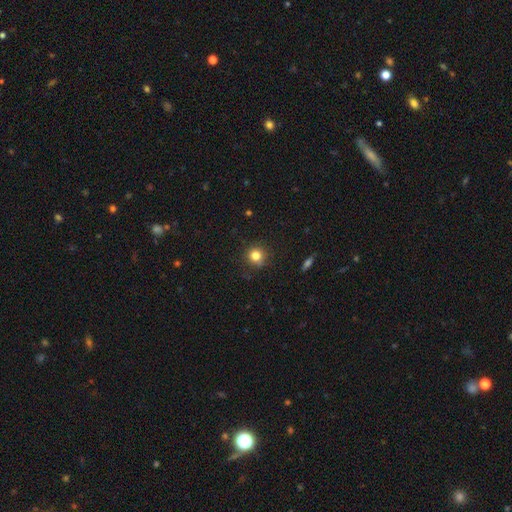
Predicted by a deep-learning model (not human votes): Smooth or featured? smooth (81%)
How rounded? round (92%)
Merging? none (86%)